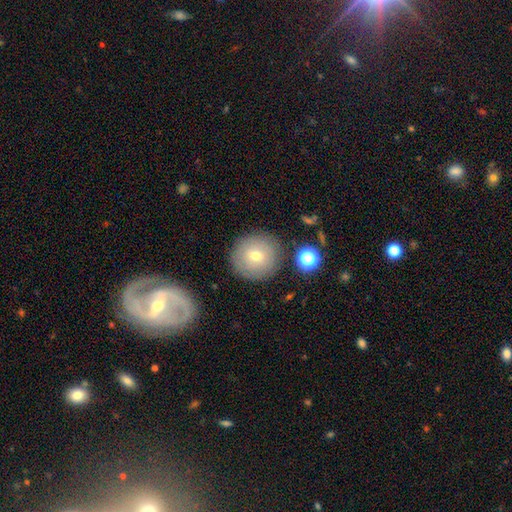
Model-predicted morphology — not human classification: smooth-or-featured: smooth: 64% | featured or disk: 27% | star or artifact: 9%
  how-rounded: round: 93% | in between: 6% | cigar-shaped: 1%
  merging: none: 83% | minor disturbance: 10% | major disturbance: 3% | merger: 3%